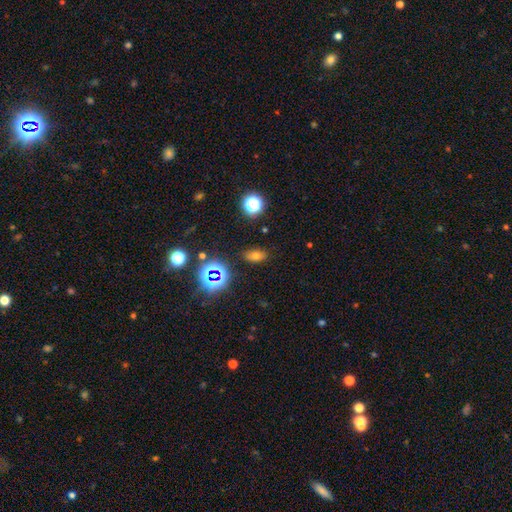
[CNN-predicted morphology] The model was most divided on "smooth or featured": smooth: 61%, star or artifact: 27%, featured or disk: 12%. More confident: merging — none (85%); how rounded — in between (81%).